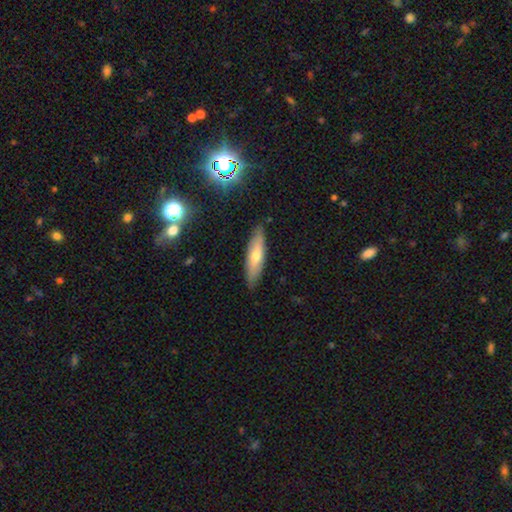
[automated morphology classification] Smooth or featured? smooth (53%)
How rounded? cigar-shaped (66%)
Merging? none (86%)